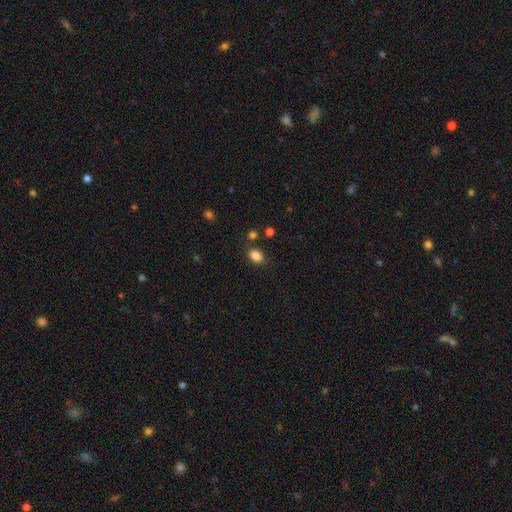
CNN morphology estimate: smooth 85%, star or artifact 10%, featured or disk 4%. Down the decision tree: how rounded — in between (74%); merging — none (79%).